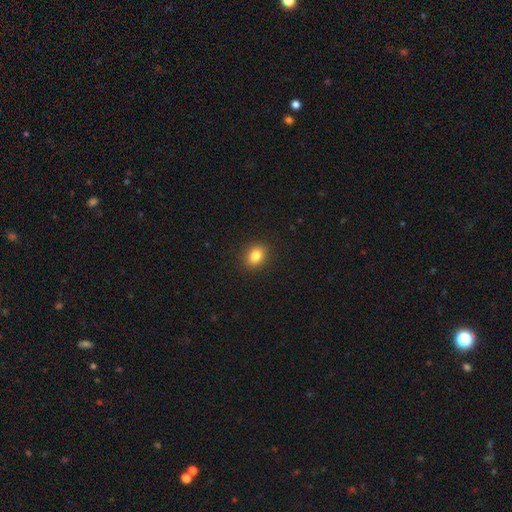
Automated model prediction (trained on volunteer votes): smooth-or-featured: smooth: 83% | star or artifact: 10% | featured or disk: 6%
  how-rounded: in between: 53% | round: 45% | cigar-shaped: 1%
  merging: none: 90% | minor disturbance: 7% | major disturbance: 2% | merger: 1%